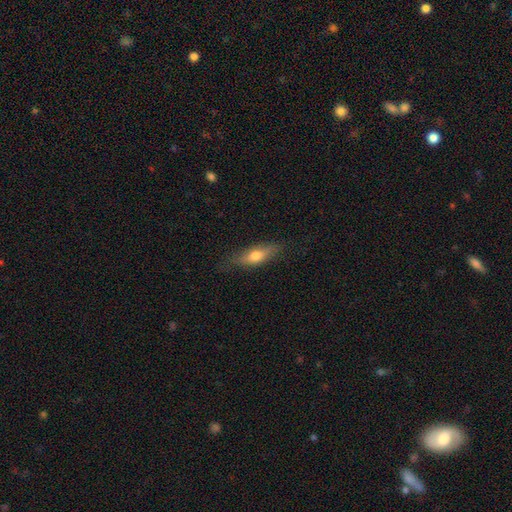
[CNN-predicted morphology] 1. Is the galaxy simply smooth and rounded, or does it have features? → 61% smooth, 33% featured or disk, 7% star or artifact.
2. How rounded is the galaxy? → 49% in between, 48% cigar-shaped, 3% round.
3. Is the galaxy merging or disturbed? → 76% none, 18% minor disturbance, 4% major disturbance, 1% merger.